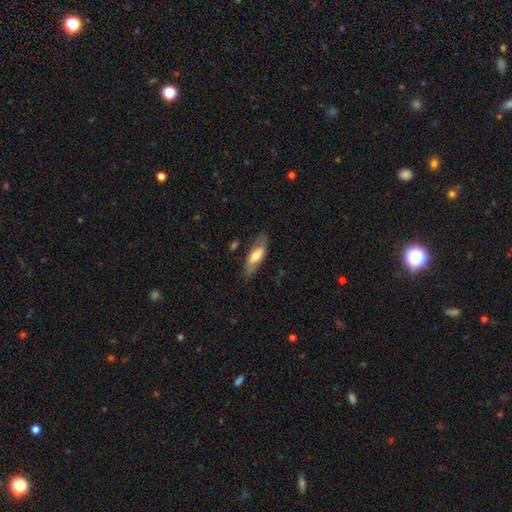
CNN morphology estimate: The model was most divided on "smooth or featured": smooth: 55%, featured or disk: 39%, star or artifact: 6%. More confident: merging — none (75%); how rounded — in between (60%).